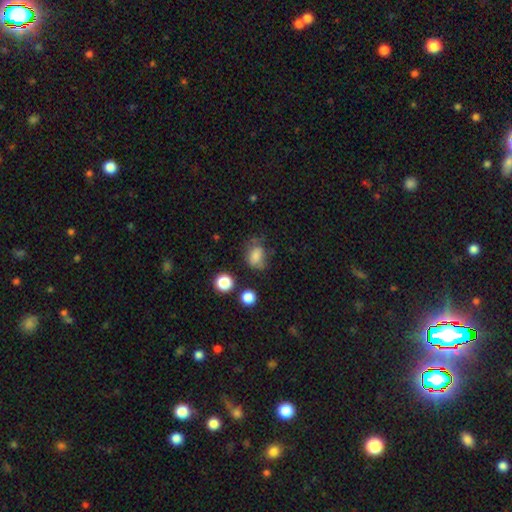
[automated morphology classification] smooth-or-featured: smooth: 77% | star or artifact: 12% | featured or disk: 10%
  how-rounded: in between: 66% | round: 33% | cigar-shaped: 2%
  merging: none: 51% | minor disturbance: 28% | major disturbance: 15% | merger: 6%